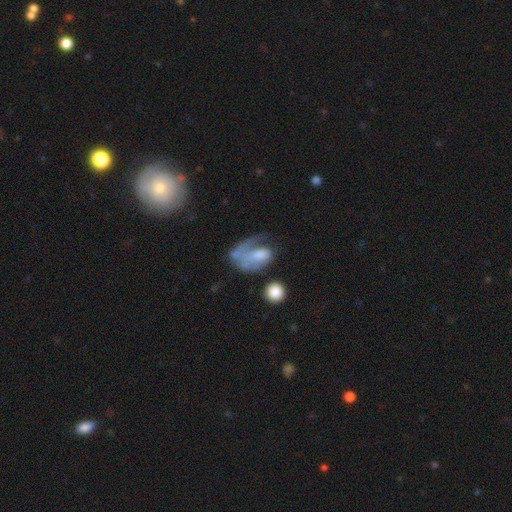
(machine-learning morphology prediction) Smooth or featured?
  - featured or disk: 56% *
  - smooth: 35%
  - star or artifact: 9%
Edge-on disk?
  - no: 96% *
  - yes: 4%
Bar?
  - no: 70% *
  - weak: 23%
  - strong: 7%
Spiral arms?
  - yes: 60% *
  - no: 40%
Bulge size?
  - none: 37% *
  - moderate: 28%
  - small: 21%
  - large: 12%
  - dominant: 3%
Merging?
  - major disturbance: 46% *
  - none: 28%
  - minor disturbance: 18%
  - merger: 8%